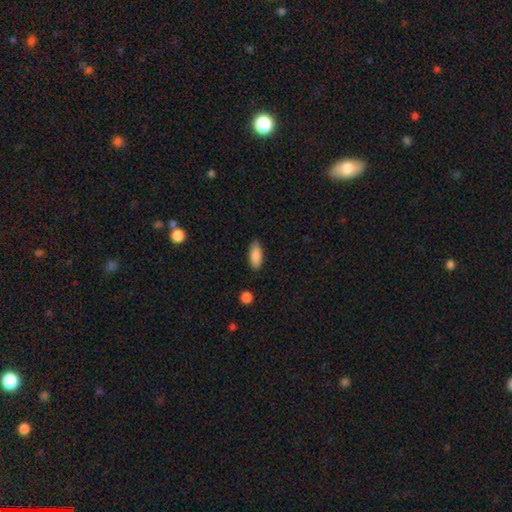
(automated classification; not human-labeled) Smooth or featured? Predicted: smooth (p=0.88). How rounded? Predicted: in between (p=0.80). Merging? Predicted: none (p=0.86).